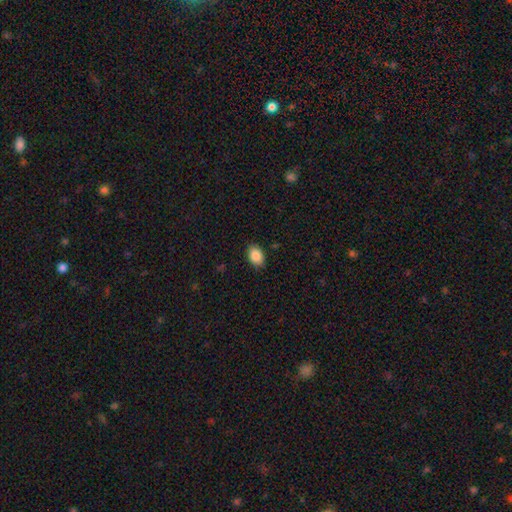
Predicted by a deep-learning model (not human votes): Overall: smooth (88%). How rounded: in between (83%). Merging: none (86%).